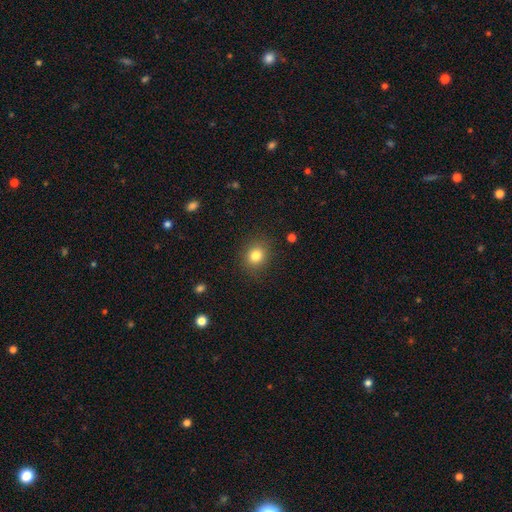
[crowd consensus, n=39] Smooth or featured?
  - smooth: 87% *
  - star or artifact: 13%
  - featured or disk: 0%
How rounded?
  - round: 82% *
  - in between: 18%
  - cigar-shaped: 0%
Merging?
  - none: 82% *
  - minor disturbance: 12%
  - major disturbance: 3%
  - merger: 3%